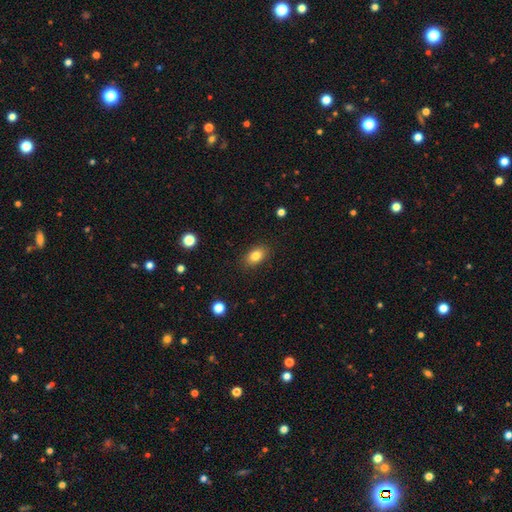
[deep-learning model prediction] Q: Smooth or featured?
A: smooth (83%); runner-up: star or artifact (9%)
Q: How rounded?
A: in between (85%); runner-up: round (13%)
Q: Merging?
A: none (87%); runner-up: minor disturbance (10%)